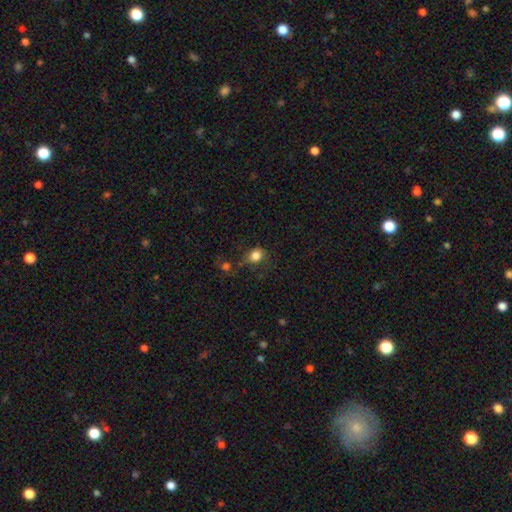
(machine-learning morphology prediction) smooth 82%, star or artifact 11%, featured or disk 6%. Down the decision tree: how rounded — round (57%); merging — none (59%).